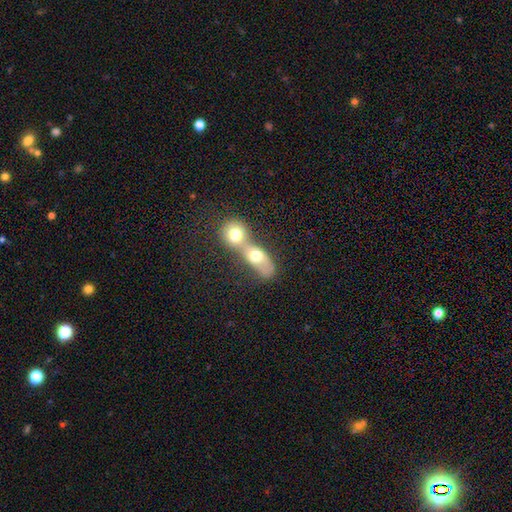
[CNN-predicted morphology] type=smooth (66%); roundness=in between (58%); merging=merger (75%).